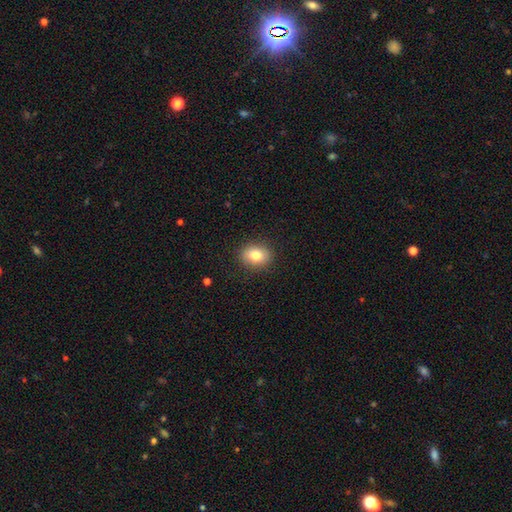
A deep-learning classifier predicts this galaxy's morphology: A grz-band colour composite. It shows a smooth galaxy with no disk features (80%) that is in between round and cigar-shaped (52%). Merging: none (88%).